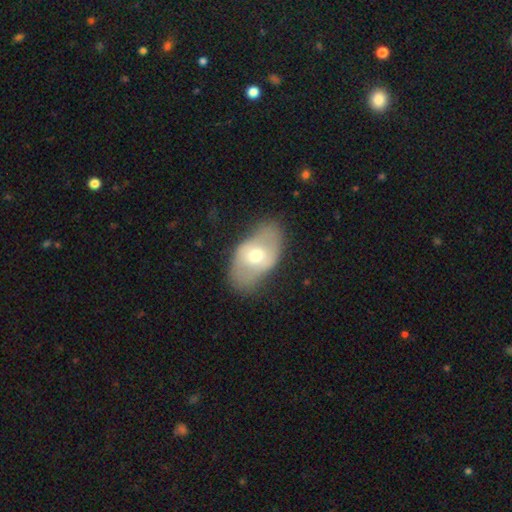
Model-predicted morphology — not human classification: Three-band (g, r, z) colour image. It shows a smooth galaxy with no disk features (48%). Merging: none (67%).